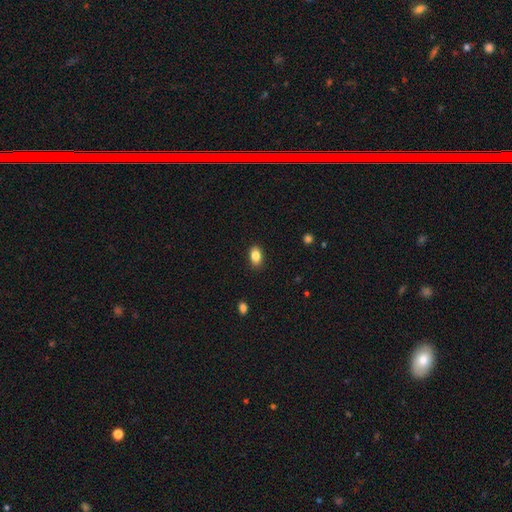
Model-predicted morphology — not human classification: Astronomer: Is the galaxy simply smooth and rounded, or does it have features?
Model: smooth — 86%.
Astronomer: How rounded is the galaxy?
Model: in between — 87%.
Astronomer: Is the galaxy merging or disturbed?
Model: none — 88%.